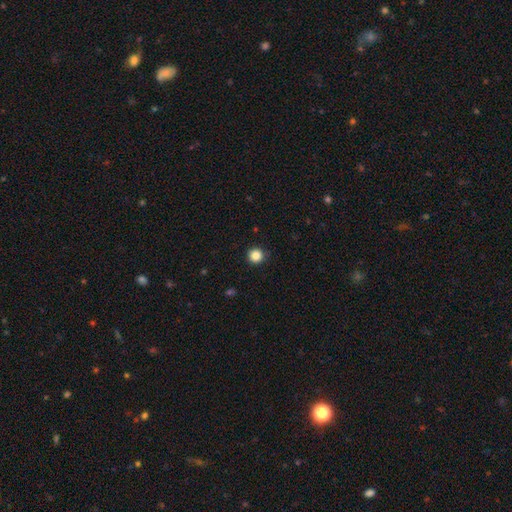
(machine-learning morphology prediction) smooth 85%, star or artifact 11%, featured or disk 4%. Down the decision tree: how rounded — round (95%); merging — none (90%).